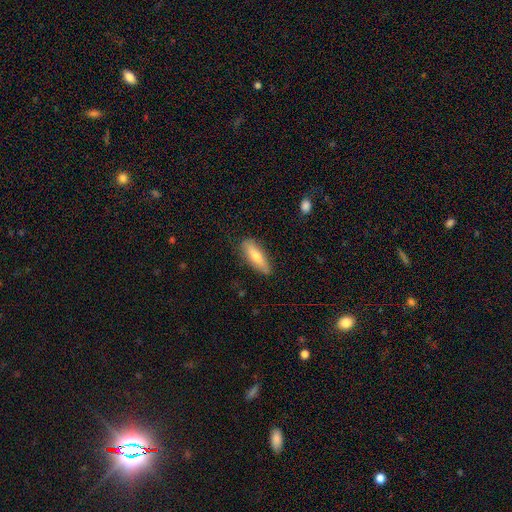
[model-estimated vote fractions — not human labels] Smooth or featured? smooth (75%)
How rounded? in between (50%)
Merging? none (78%)